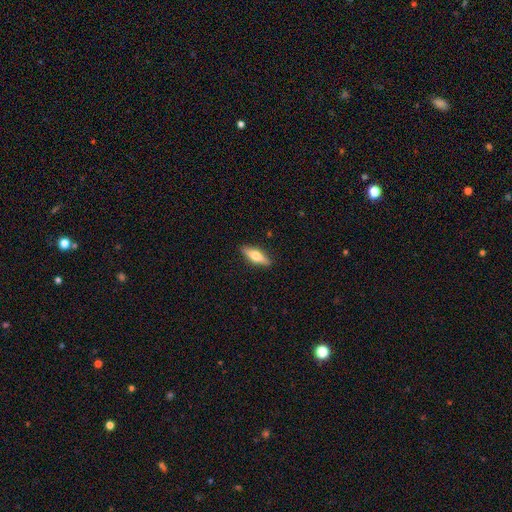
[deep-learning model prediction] Q: Smooth or featured?
A: smooth (54%); runner-up: featured or disk (40%)
Q: How rounded?
A: cigar-shaped (50%); runner-up: in between (48%)
Q: Merging?
A: none (89%); runner-up: minor disturbance (8%)